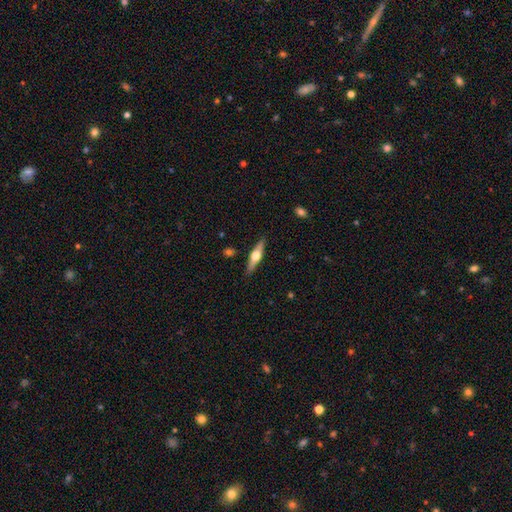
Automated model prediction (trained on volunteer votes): A featured or disk galaxy (71%) viewed edge-on (97%) with a rounded central bulge (95%). Merging: none (89%).